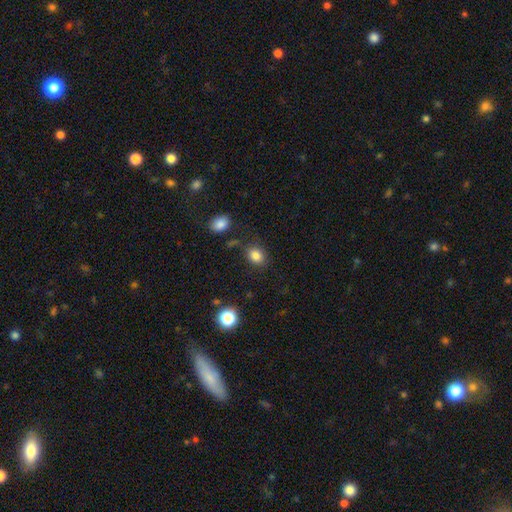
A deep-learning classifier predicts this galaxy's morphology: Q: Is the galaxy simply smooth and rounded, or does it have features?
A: smooth — 84%.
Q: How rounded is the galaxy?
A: in between — 52%.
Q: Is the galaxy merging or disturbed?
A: none — 80%.